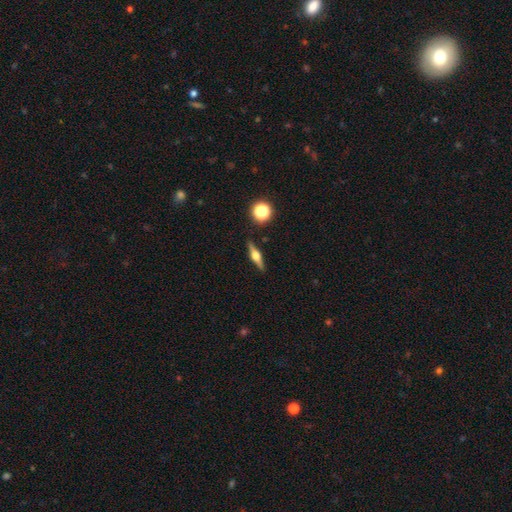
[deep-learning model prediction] A featured or disk galaxy (68%) viewed edge-on (96%) with a rounded central bulge (94%). Merging: none (89%).